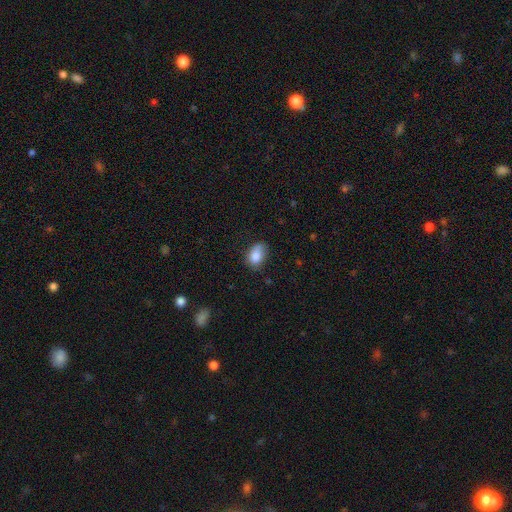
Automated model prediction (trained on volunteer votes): Overall: smooth (84%). How rounded: in between (83%). Merging: none (57%; minor disturbance 32%).